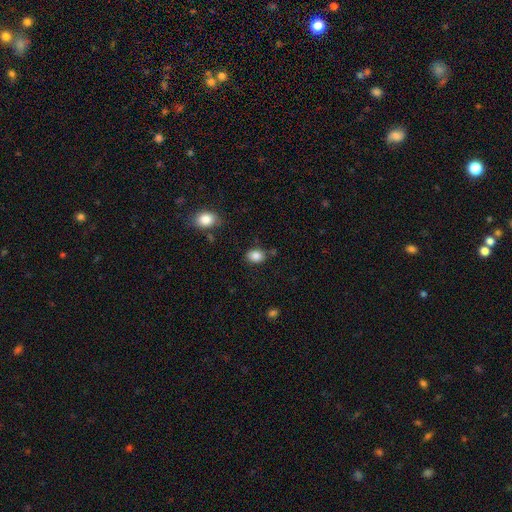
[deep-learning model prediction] This is clearly a smooth galaxy (85%). How rounded: likely in between (65%). Merging: likely none (77%).